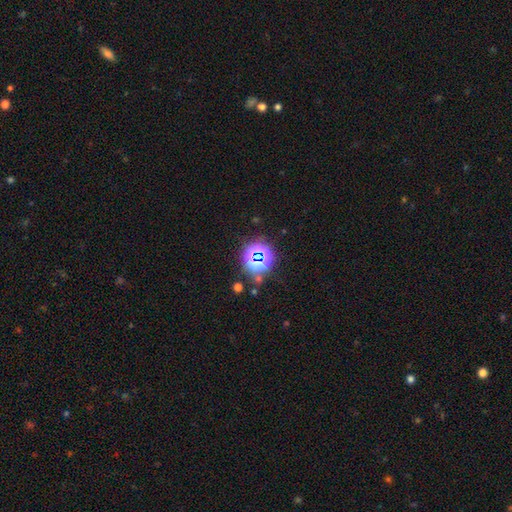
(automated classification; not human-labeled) Smooth or featured: star or artifact — 68% (smooth — 23%)